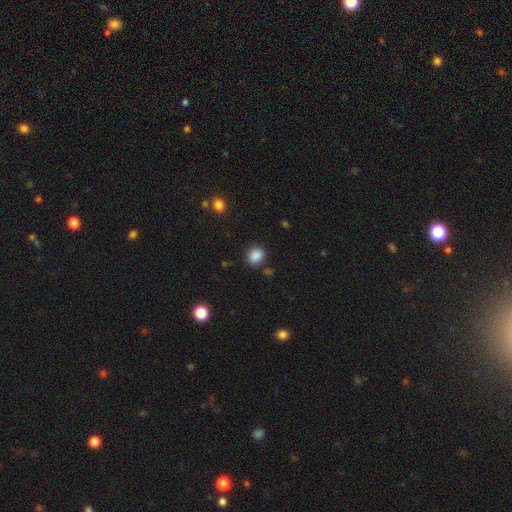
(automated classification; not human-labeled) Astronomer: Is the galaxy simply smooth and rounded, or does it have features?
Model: smooth — 87%.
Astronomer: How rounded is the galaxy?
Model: round — 65%.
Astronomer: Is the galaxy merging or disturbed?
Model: none — 85%.